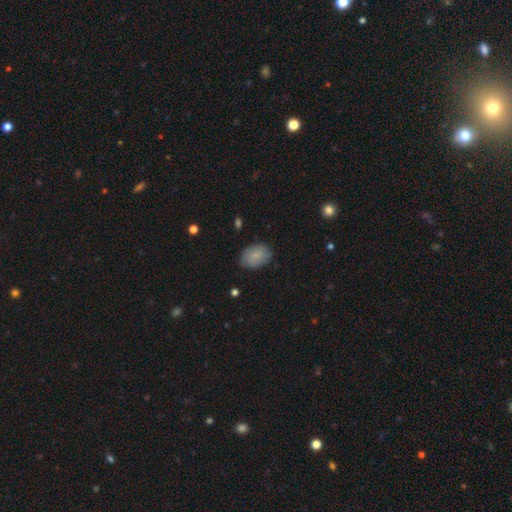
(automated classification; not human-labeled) This appears to be a smooth galaxy with no disk features (82%) that is in between round and cigar-shaped (79%). Merging: none (82%).